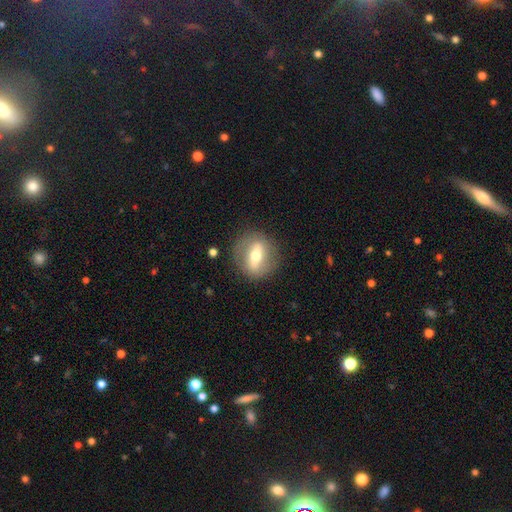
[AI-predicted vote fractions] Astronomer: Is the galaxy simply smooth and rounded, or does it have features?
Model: featured or disk — 56% (runner-up: smooth, 37%).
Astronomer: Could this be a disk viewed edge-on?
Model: no — 71%.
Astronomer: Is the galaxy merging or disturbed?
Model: none — 84%.